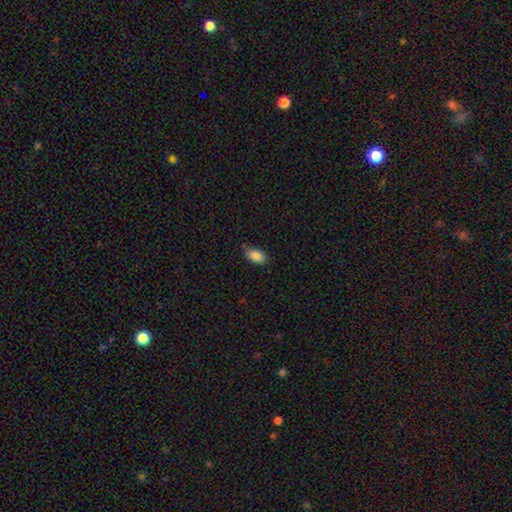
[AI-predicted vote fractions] A smooth galaxy with no disk features (87%) that is in between round and cigar-shaped (92%).

Vote fractions:
- Smooth or featured? smooth: 87% / star or artifact: 8% / featured or disk: 5%
- How rounded? in between: 92% / round: 5% / cigar-shaped: 3%
- Merging? none: 79% / minor disturbance: 16% / major disturbance: 3% / merger: 2%